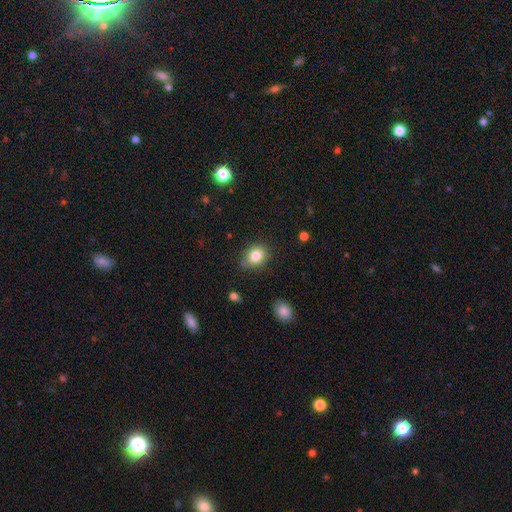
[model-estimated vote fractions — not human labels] Smooth or featured?
  - smooth: 82% *
  - star or artifact: 10%
  - featured or disk: 8%
How rounded?
  - in between: 53% *
  - round: 46%
  - cigar-shaped: 1%
Merging?
  - none: 78% *
  - minor disturbance: 17%
  - major disturbance: 3%
  - merger: 2%